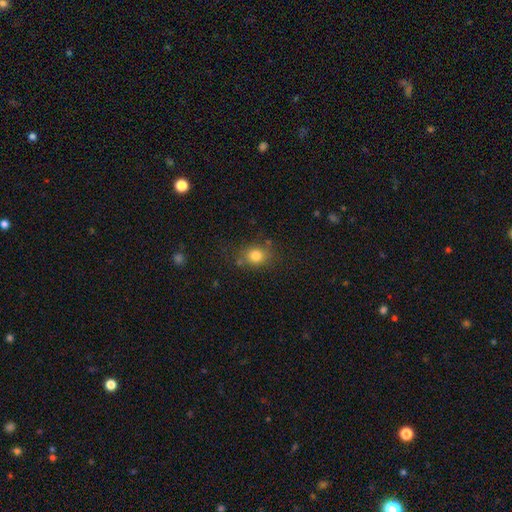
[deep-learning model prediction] Smooth or featured? smooth (80%)
How rounded? round (64%)
Merging? none (73%)